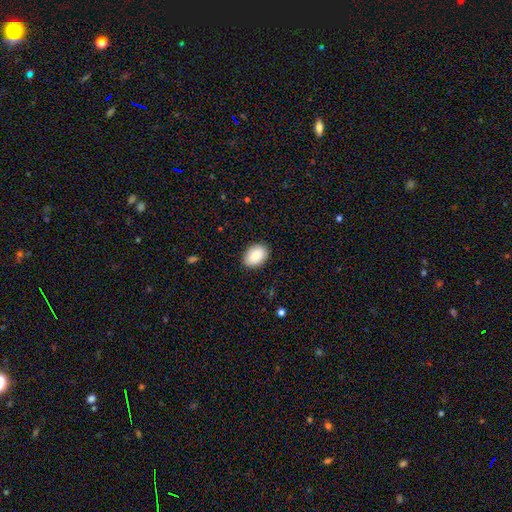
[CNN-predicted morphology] smooth-or-featured: smooth: 86% | featured or disk: 8% | star or artifact: 7%
  how-rounded: in between: 82% | round: 17% | cigar-shaped: 1%
  merging: none: 88% | minor disturbance: 9% | major disturbance: 2% | merger: 1%